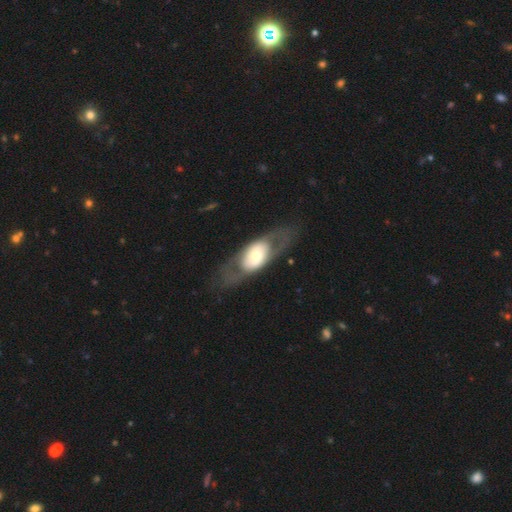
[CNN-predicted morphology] featured or disk 58%, smooth 37%, star or artifact 5%. Down the decision tree: edge-on disk — no (82%); merging — none (68%).